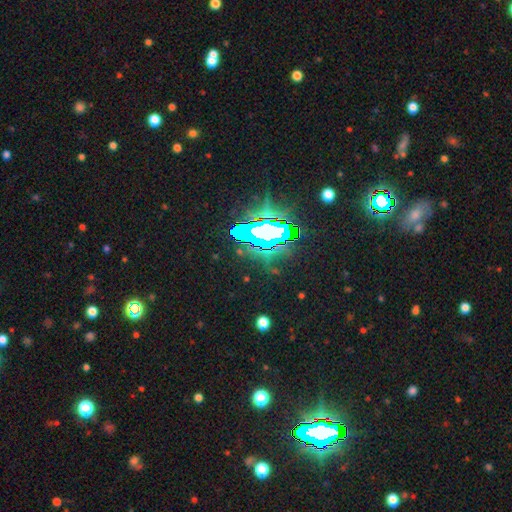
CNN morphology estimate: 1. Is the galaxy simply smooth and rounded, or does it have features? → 83% star or artifact, 9% smooth, 8% featured or disk.